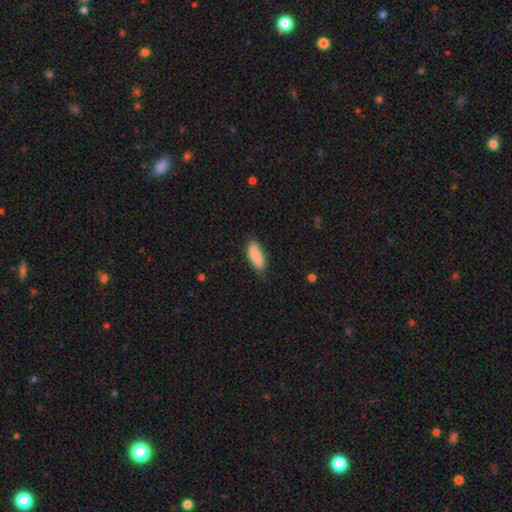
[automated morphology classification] The model was most divided on "how rounded": in between: 74%, cigar-shaped: 25%, round: 2%. More confident: smooth or featured — smooth (88%); merging — none (76%).